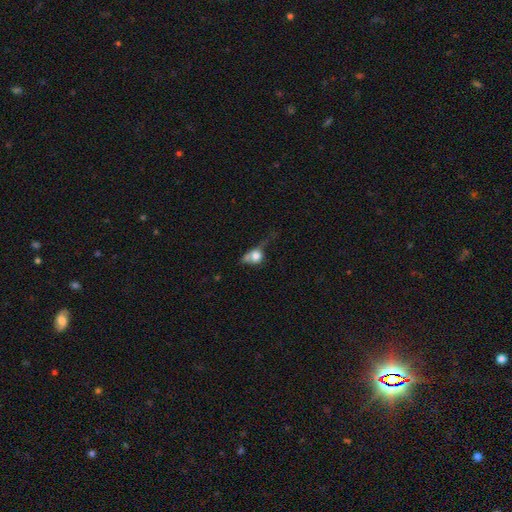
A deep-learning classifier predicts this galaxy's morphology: Smooth or featured? Predicted: smooth (p=0.65). How rounded? Predicted: round (p=0.56). Merging? Predicted: major disturbance (p=0.36).